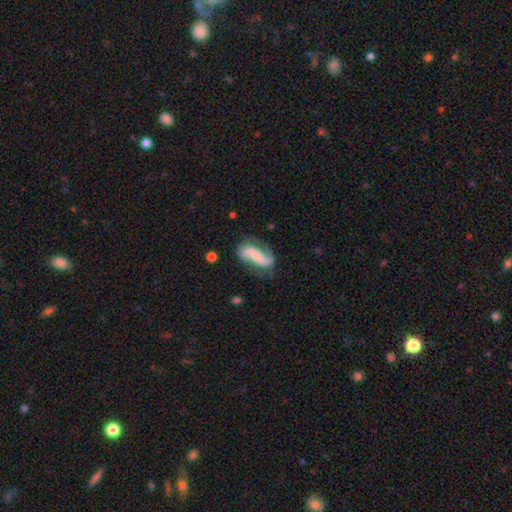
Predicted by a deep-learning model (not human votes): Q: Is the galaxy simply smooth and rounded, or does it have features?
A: featured or disk — 77%.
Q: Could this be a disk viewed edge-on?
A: no — 95%.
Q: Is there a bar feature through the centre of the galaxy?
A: no — 38%.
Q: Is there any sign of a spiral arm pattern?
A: yes — 94%.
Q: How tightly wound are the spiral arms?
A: loose — 56%.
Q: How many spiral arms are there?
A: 2 — 89%.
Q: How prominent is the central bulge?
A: small — 43%.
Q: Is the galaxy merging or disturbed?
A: none — 66%.